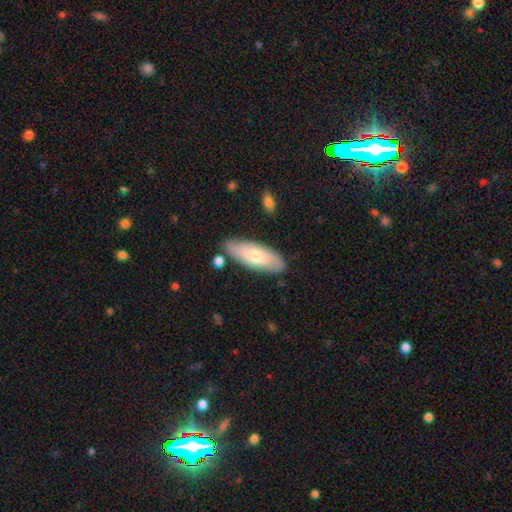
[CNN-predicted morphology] Overall: smooth (55%; featured or disk 36%). How rounded: in between (71%). Merging: none (82%).